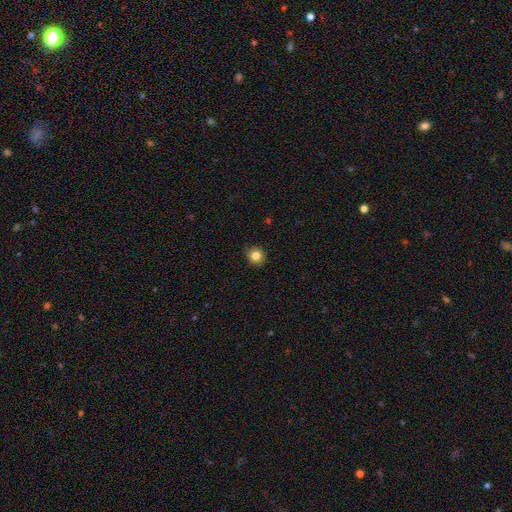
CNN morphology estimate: type=smooth (83%); roundness=round (90%); merging=none (91%).